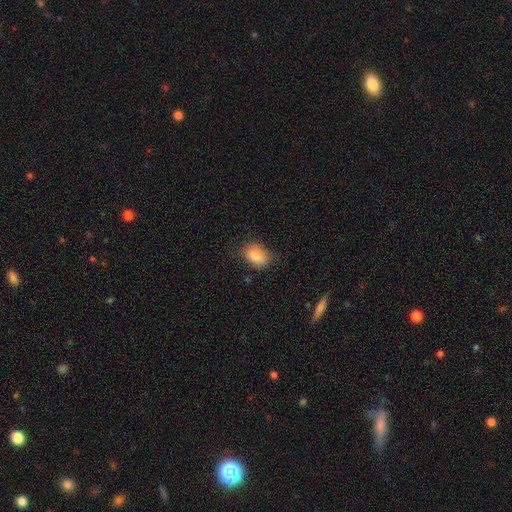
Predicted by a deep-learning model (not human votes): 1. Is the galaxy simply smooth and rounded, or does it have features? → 84% smooth, 8% featured or disk, 8% star or artifact.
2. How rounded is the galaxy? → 82% in between, 16% round, 1% cigar-shaped.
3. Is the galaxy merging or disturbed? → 69% none, 24% minor disturbance, 5% major disturbance, 2% merger.